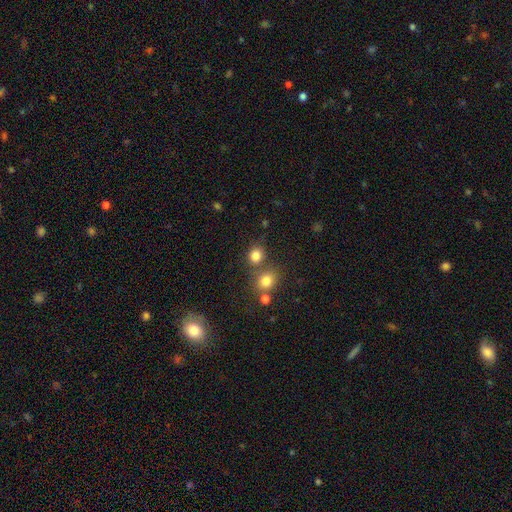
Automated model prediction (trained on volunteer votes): A smooth galaxy with no disk features (81%) that is round (76%). Merging: none (61%).